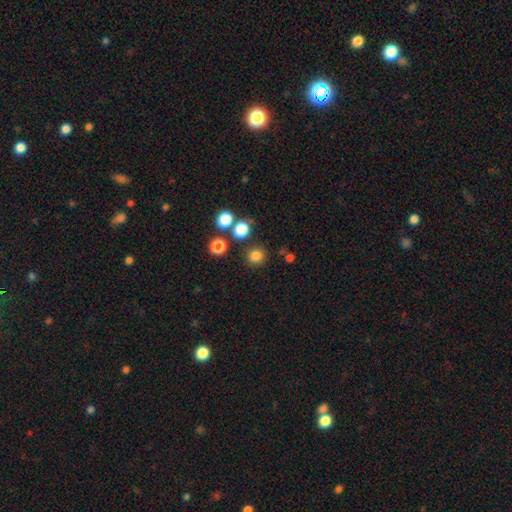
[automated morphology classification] This appears to be a smooth galaxy with no disk features (80%) that is round (84%). Merging: none (82%).